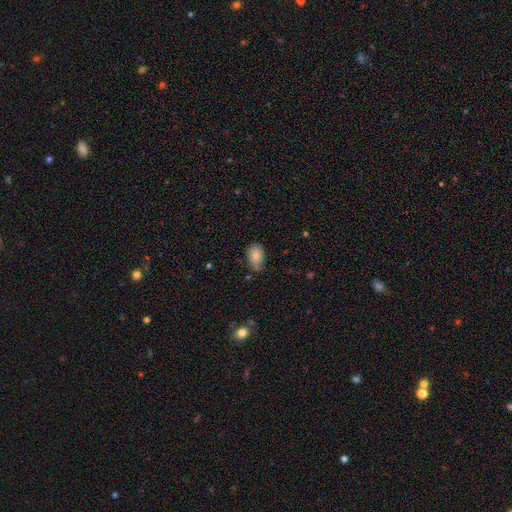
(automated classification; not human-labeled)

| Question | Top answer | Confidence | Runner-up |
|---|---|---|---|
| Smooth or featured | smooth | 83% | featured or disk (9%) |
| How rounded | in between | 81% | round (17%) |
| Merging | none | 63% | minor disturbance (29%) |